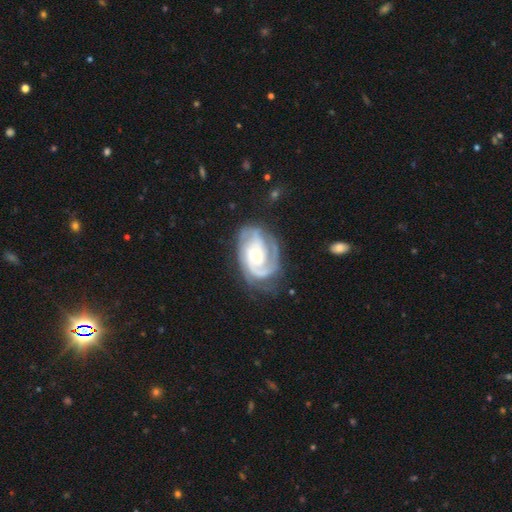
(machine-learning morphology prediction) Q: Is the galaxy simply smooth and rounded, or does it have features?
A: featured or disk — 89%.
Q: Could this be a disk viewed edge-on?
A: no — 97%.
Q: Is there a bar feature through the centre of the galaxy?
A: no — 60%.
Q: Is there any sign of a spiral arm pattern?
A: yes — 97%.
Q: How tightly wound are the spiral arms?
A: tight — 57%.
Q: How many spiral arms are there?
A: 2 — 42%.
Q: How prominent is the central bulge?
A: moderate — 58%.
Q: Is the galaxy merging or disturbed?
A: none — 65%.